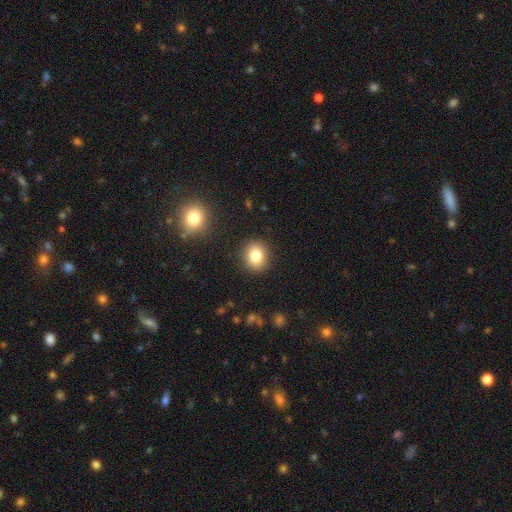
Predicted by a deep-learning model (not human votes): Smooth or featured?
  - smooth: 81% *
  - star or artifact: 11%
  - featured or disk: 8%
How rounded?
  - round: 70% *
  - in between: 29%
  - cigar-shaped: 1%
Merging?
  - none: 89% *
  - minor disturbance: 7%
  - major disturbance: 2%
  - merger: 1%